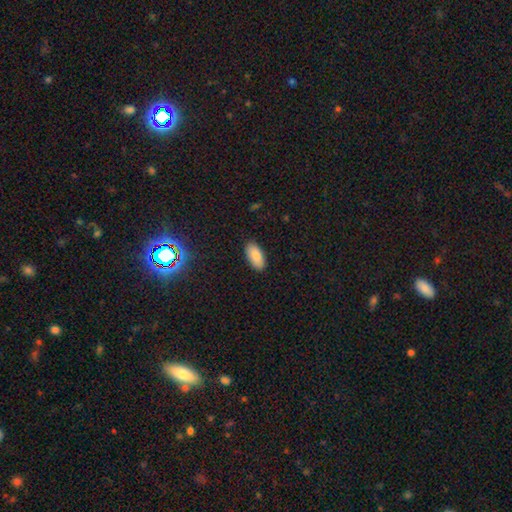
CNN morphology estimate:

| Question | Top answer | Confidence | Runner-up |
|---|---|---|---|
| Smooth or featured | smooth | 85% | featured or disk (8%) |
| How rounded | in between | 91% | cigar-shaped (6%) |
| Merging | none | 89% | minor disturbance (9%) |